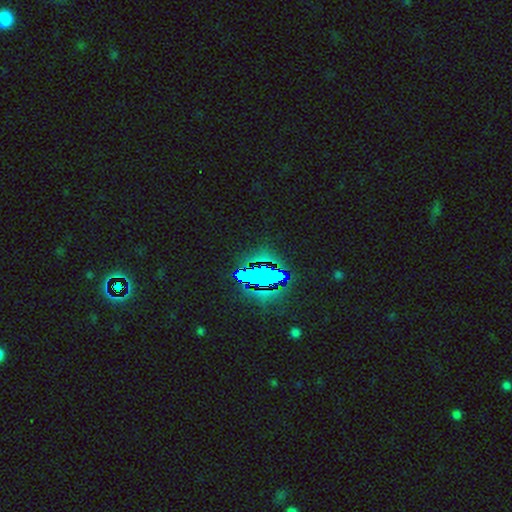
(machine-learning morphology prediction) The model was most divided on "smooth or featured": star or artifact: 80%, smooth: 11%, featured or disk: 9%.